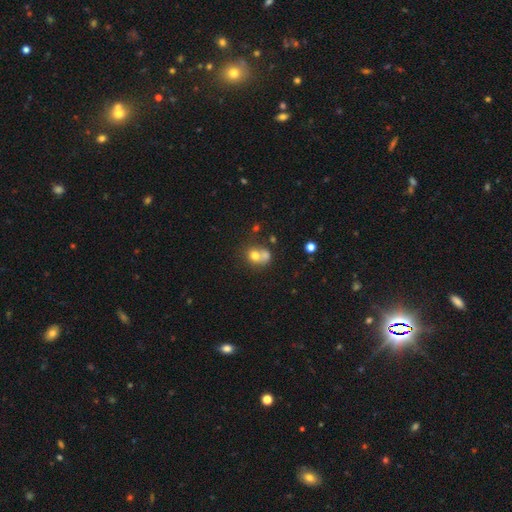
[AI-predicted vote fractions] A smooth galaxy with no disk features (69%) that is round (66%).

Vote fractions:
- Smooth or featured? smooth: 69% / featured or disk: 19% / star or artifact: 13%
- How rounded? round: 66% / in between: 33% / cigar-shaped: 1%
- Merging? merger: 56% / none: 29% / minor disturbance: 9% / major disturbance: 5%